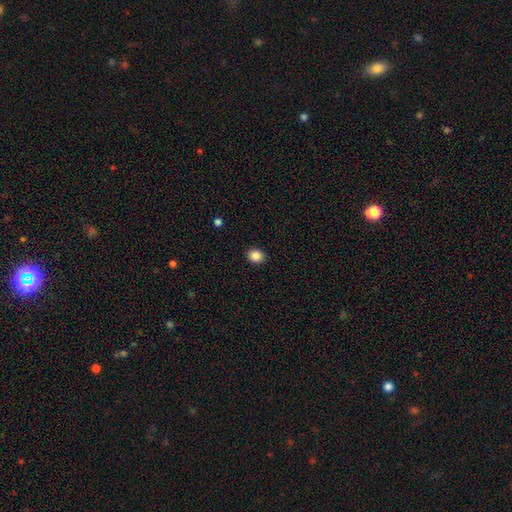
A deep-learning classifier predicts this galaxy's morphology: Overall: smooth (86%). How rounded: round (65%; in between 34%). Merging: none (92%).